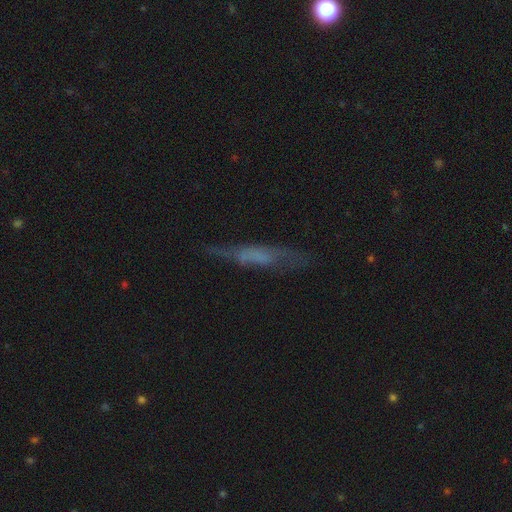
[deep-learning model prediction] The model was most divided on "smooth or featured": featured or disk: 51%, smooth: 38%, star or artifact: 11%. More confident: edge-on disk — yes (65%); merging — none (60%).